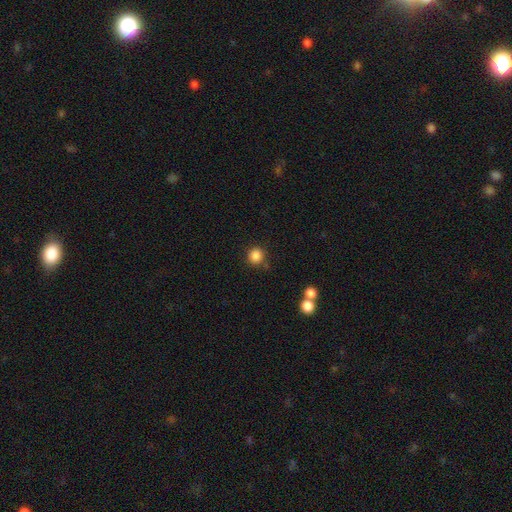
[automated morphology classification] This is clearly a smooth galaxy (86%). How rounded: clearly round (86%). Merging: likely none (80%).